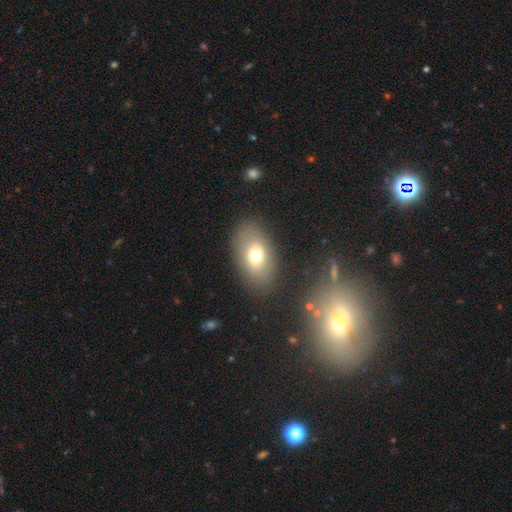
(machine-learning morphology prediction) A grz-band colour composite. It shows a smooth galaxy with no disk features (68%) that is in between round and cigar-shaped (86%). Merging: none (82%).